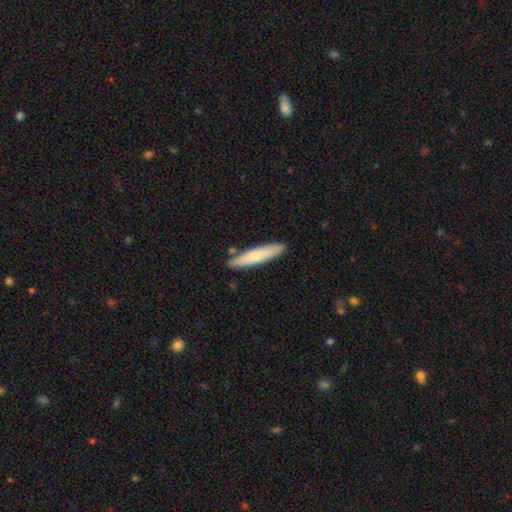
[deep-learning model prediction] This appears to be a smooth galaxy with no disk features (72%) that is cigar-shaped (88%). Merging: none (85%).